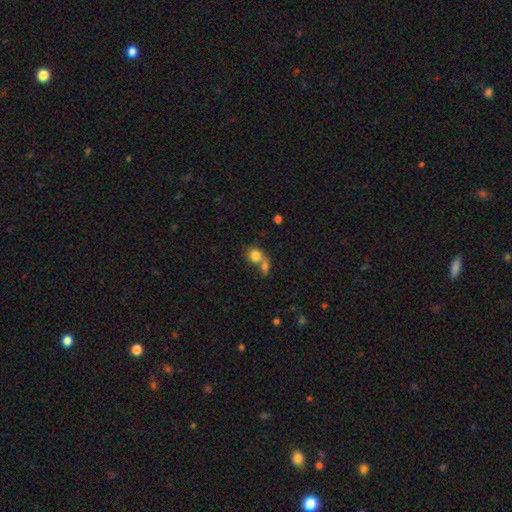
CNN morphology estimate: Smooth or featured?
  - smooth: 81% *
  - featured or disk: 10%
  - star or artifact: 9%
How rounded?
  - round: 75% *
  - in between: 24%
  - cigar-shaped: 1%
Merging?
  - merger: 55% *
  - none: 34%
  - minor disturbance: 7%
  - major disturbance: 4%